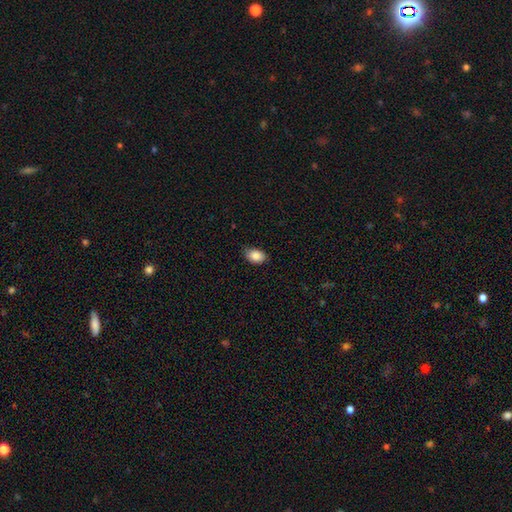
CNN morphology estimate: Overall: smooth (87%). How rounded: in between (84%). Merging: none (79%).